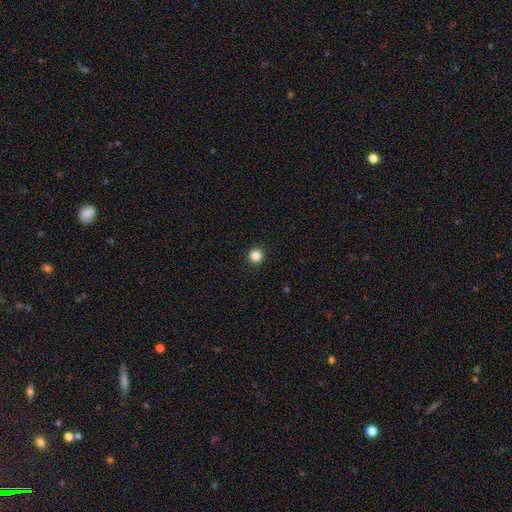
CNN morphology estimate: smooth-or-featured: smooth: 85% | star or artifact: 11% | featured or disk: 3%
  how-rounded: round: 96% | in between: 3% | cigar-shaped: 1%
  merging: none: 93% | minor disturbance: 4% | major disturbance: 2% | merger: 1%